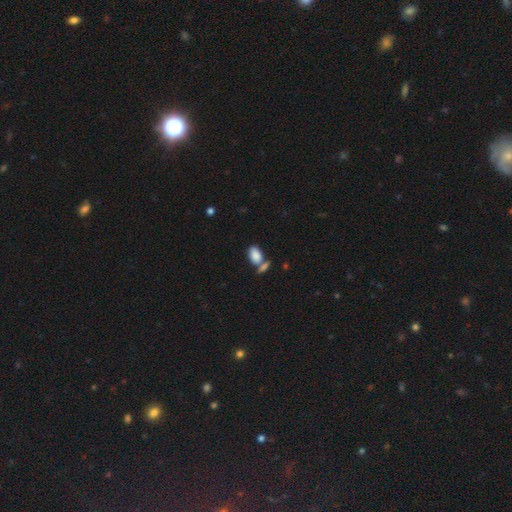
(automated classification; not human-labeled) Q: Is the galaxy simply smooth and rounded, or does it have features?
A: smooth — 83%.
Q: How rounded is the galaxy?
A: in between — 91%.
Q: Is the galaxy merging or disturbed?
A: none — 45%.